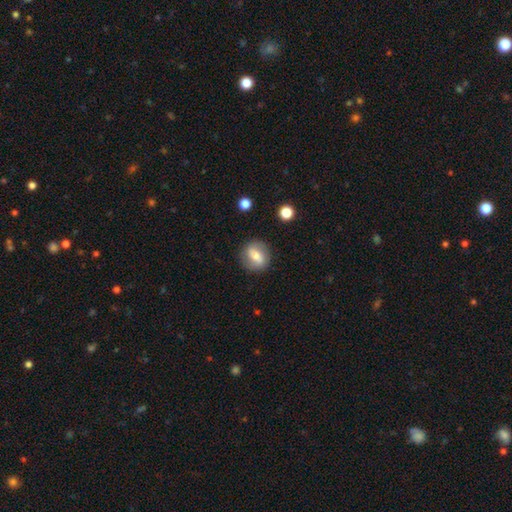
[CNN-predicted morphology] smooth_or_featured: smooth (p=0.57) [alt: featured or disk p=0.35]
how_rounded: round (p=0.65) [alt: in between p=0.32]
merging: none (p=0.85) [alt: minor disturbance p=0.11]